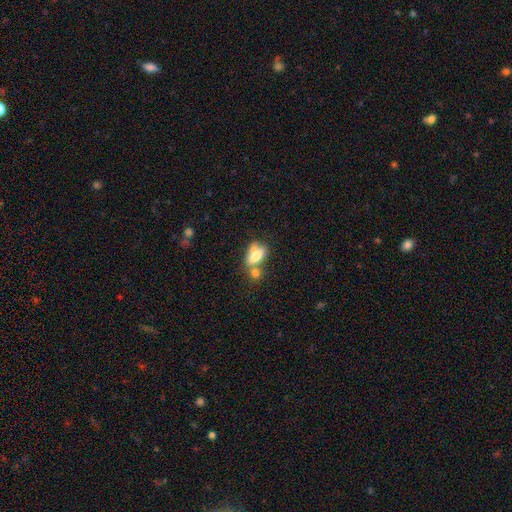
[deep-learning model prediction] This is likely a smooth galaxy (69%). How rounded: clearly in between (82%). Merging: possibly merger (47%).